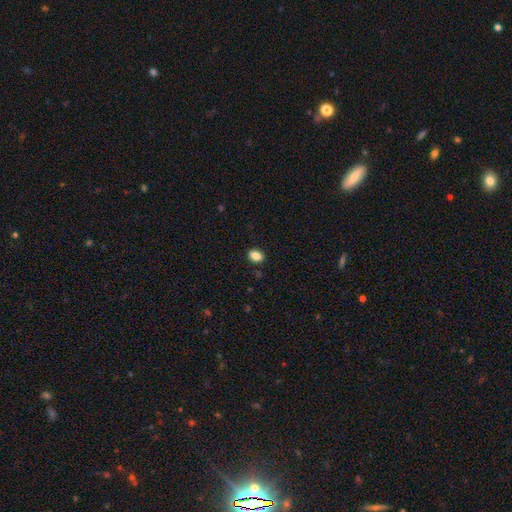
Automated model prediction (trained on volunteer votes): The model was most divided on "how rounded": in between: 76%, round: 22%, cigar-shaped: 1%. More confident: merging — none (88%); smooth or featured — smooth (85%).